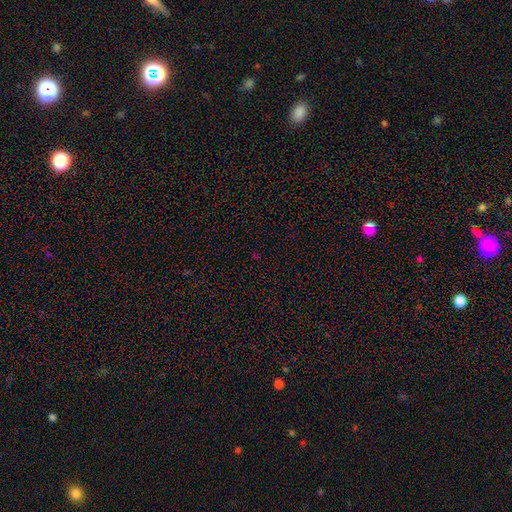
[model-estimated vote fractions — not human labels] Overall: star or artifact (66%; smooth 27%).